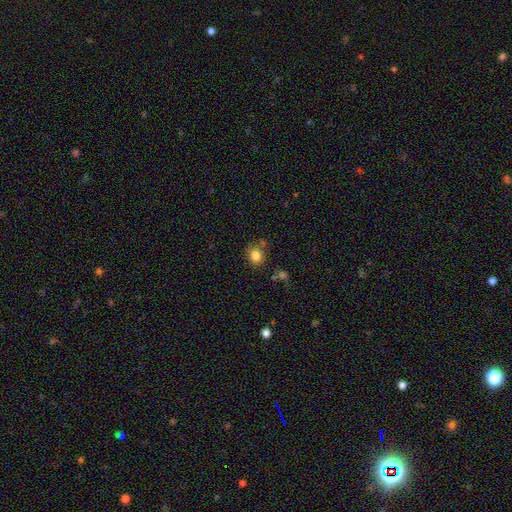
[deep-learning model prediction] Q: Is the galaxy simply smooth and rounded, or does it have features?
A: smooth — 82%.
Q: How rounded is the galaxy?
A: round — 79%.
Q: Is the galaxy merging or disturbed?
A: none — 74%.